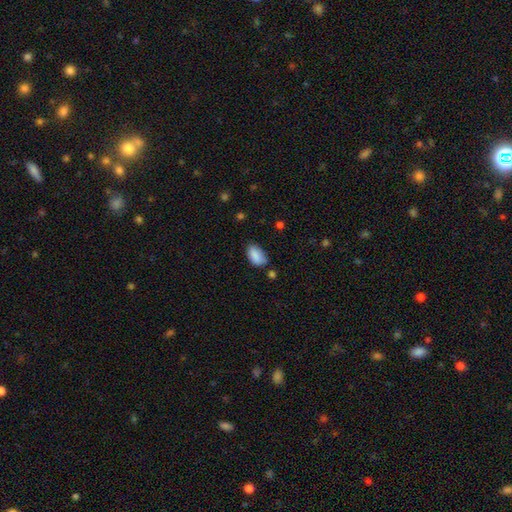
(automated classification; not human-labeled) Smooth or featured? smooth (87%)
How rounded? in between (93%)
Merging? none (67%)